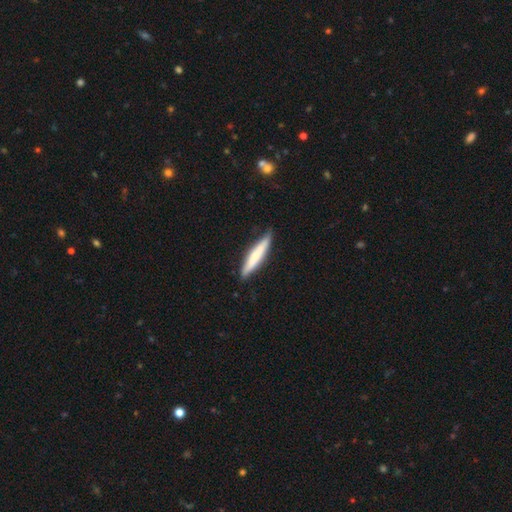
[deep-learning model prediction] Q: Smooth or featured?
A: smooth (65%); runner-up: featured or disk (30%)
Q: How rounded?
A: cigar-shaped (90%); runner-up: in between (9%)
Q: Merging?
A: none (84%); runner-up: minor disturbance (13%)